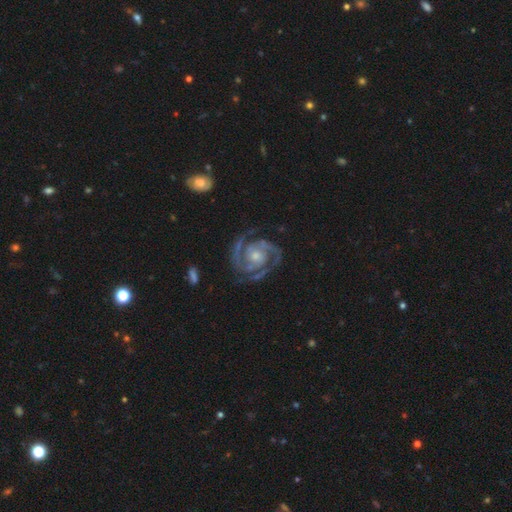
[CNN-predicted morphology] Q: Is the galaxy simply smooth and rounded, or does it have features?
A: featured or disk — 94%.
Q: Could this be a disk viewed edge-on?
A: no — 98%.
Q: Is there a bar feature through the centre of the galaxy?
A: no — 63%.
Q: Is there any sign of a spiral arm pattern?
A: yes — 99%.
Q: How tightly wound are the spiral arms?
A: tight — 58%.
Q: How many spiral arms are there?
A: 2 — 85%.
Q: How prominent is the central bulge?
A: moderate — 47%.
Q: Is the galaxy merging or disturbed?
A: none — 79%.